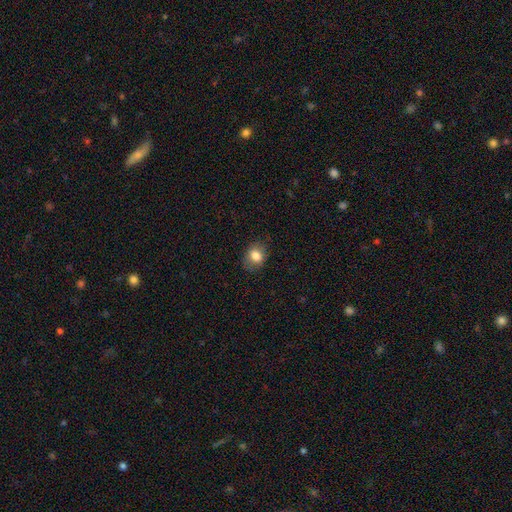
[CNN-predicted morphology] Overall: smooth (82%). How rounded: in between (54%; round 45%). Merging: none (79%).